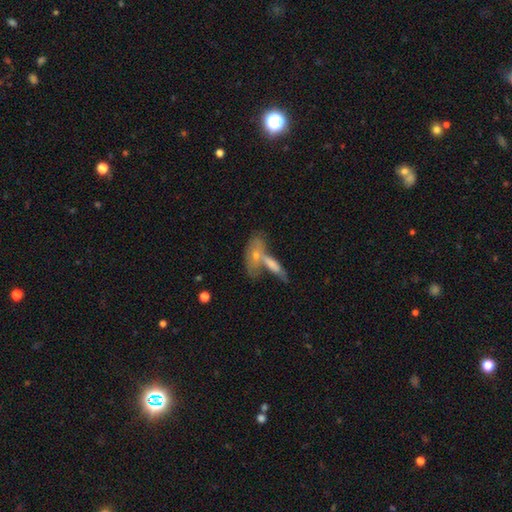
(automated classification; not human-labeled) Morphology: type=smooth (52%); roundness=in between (58%); merging=merger (54%).